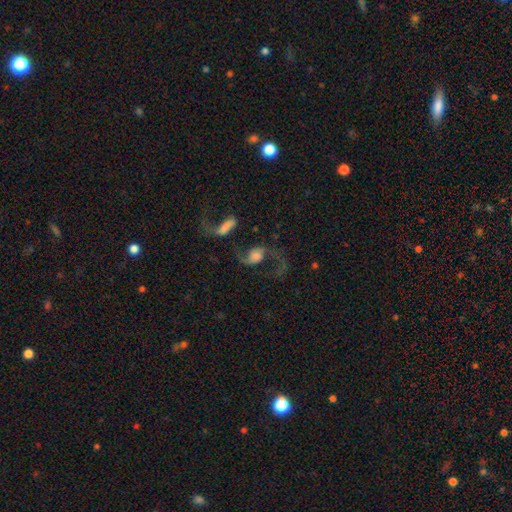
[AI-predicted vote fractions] Q: Smooth or featured?
A: featured or disk (80%); runner-up: smooth (12%)
Q: Edge-on disk?
A: no (96%); runner-up: yes (4%)
Q: Bar?
A: no (61%); runner-up: weak (28%)
Q: Spiral arms?
A: yes (94%); runner-up: no (6%)
Q: Spiral winding?
A: loose (83%); runner-up: medium (14%)
Q: Spiral arm count?
A: 2 (89%); runner-up: 1 (6%)
Q: Bulge size?
A: large (32%); runner-up: moderate (30%)
Q: Merging?
A: none (47%); runner-up: major disturbance (22%)